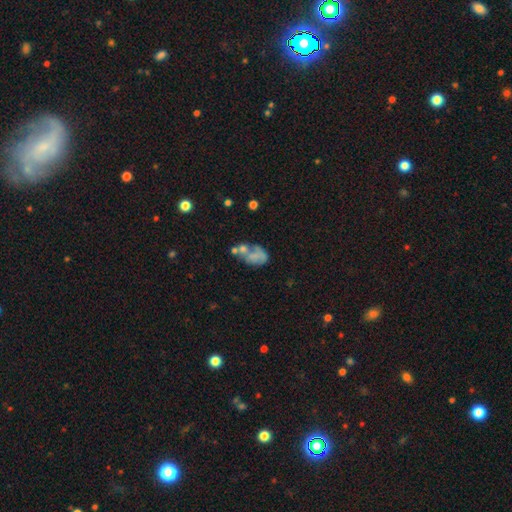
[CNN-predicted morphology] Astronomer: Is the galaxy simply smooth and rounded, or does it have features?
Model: smooth — 45% (runner-up: featured or disk, 43%).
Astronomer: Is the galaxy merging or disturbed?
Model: merger — 30% (runner-up: none, 27%).